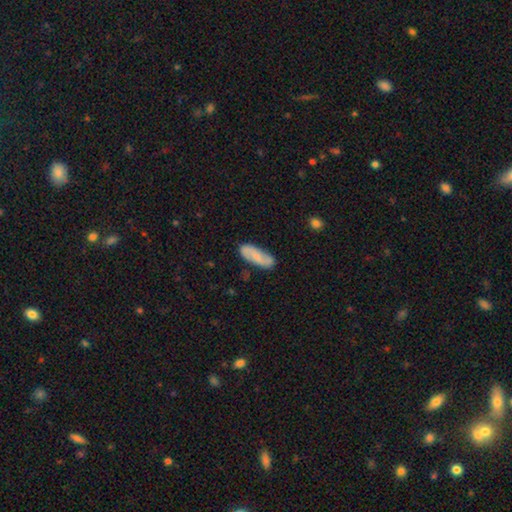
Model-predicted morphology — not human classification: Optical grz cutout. It shows a smooth galaxy with no disk features (52%) that is in between round and cigar-shaped (66%). Merging: none (80%).